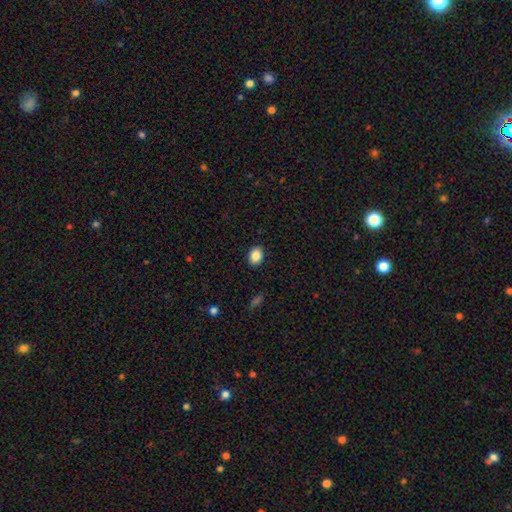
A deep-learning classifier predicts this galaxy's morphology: Smooth or featured: smooth — 86% (star or artifact — 9%)
How rounded: in between — 63% (round — 36%)
Merging: none — 90% (minor disturbance — 7%)